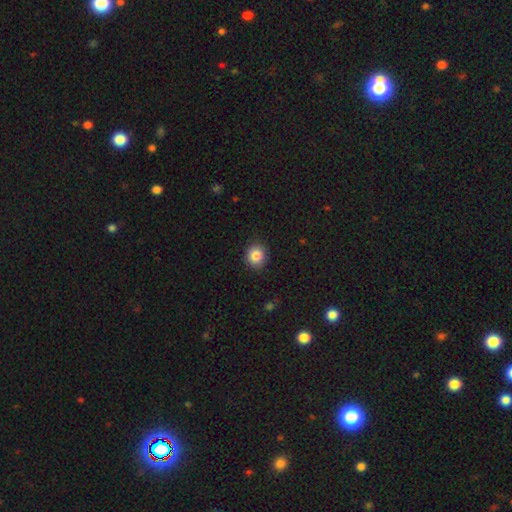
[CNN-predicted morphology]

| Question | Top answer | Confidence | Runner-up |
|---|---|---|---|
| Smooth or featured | smooth | 87% | star or artifact (9%) |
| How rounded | round | 78% | in between (21%) |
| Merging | none | 88% | minor disturbance (9%) |